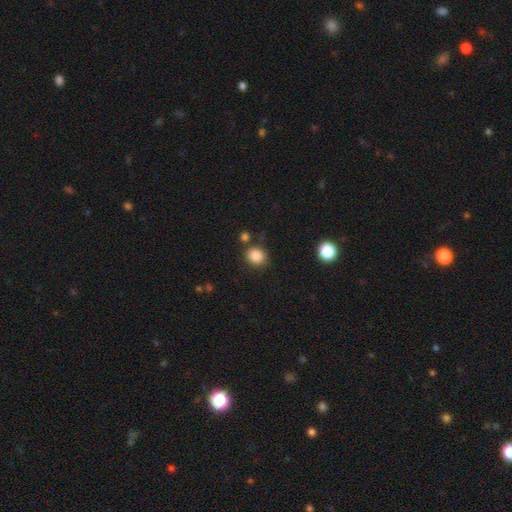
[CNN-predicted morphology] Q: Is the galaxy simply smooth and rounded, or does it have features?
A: smooth — 86%.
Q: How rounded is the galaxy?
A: round — 72%.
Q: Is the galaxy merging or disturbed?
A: none — 80%.